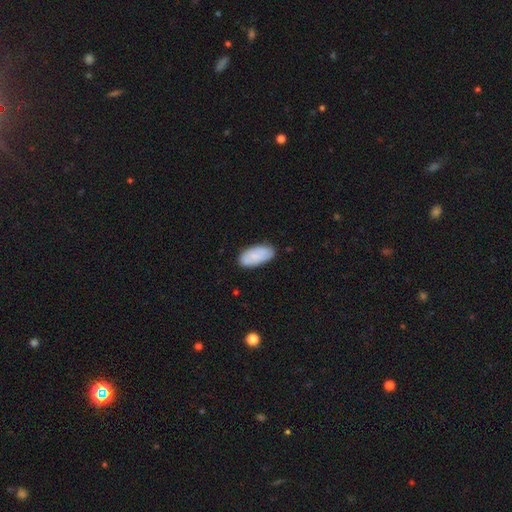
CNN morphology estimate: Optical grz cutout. It shows a smooth galaxy with no disk features (81%) that is in between round and cigar-shaped (93%). Merging: none (82%).